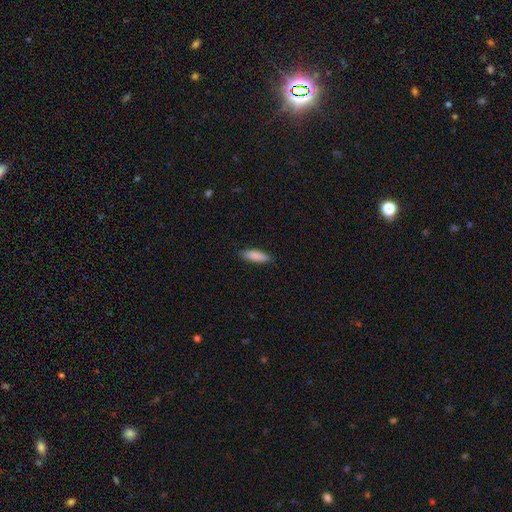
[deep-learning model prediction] Q: Smooth or featured?
A: smooth (88%); runner-up: featured or disk (6%)
Q: How rounded?
A: cigar-shaped (51%); runner-up: in between (48%)
Q: Merging?
A: none (87%); runner-up: minor disturbance (10%)